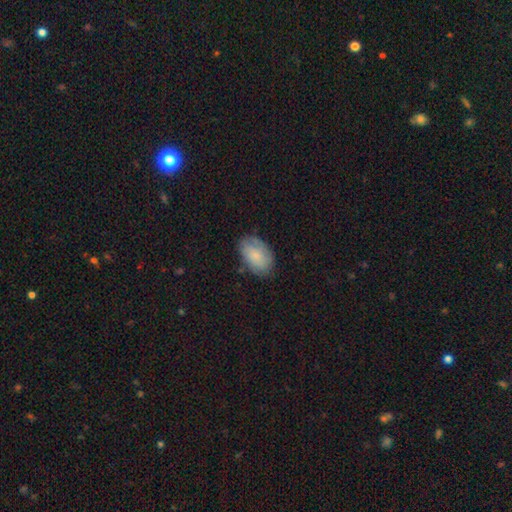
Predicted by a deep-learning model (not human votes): A smooth galaxy with no disk features (70%) that is in between round and cigar-shaped (90%). Merging: none (74%).